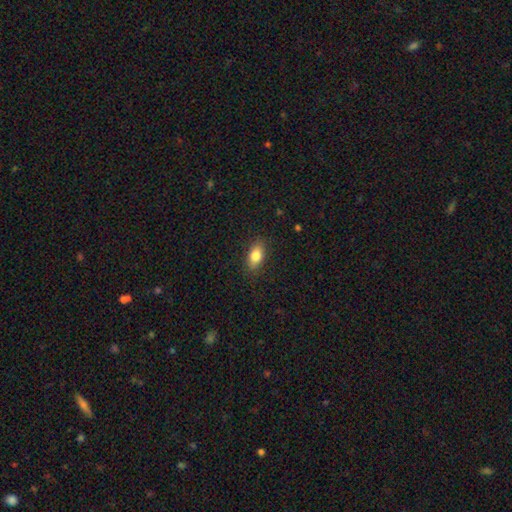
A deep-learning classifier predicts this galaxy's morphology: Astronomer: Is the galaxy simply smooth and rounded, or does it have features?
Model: smooth — 82%.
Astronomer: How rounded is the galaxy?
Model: in between — 87%.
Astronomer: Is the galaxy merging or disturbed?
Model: none — 87%.